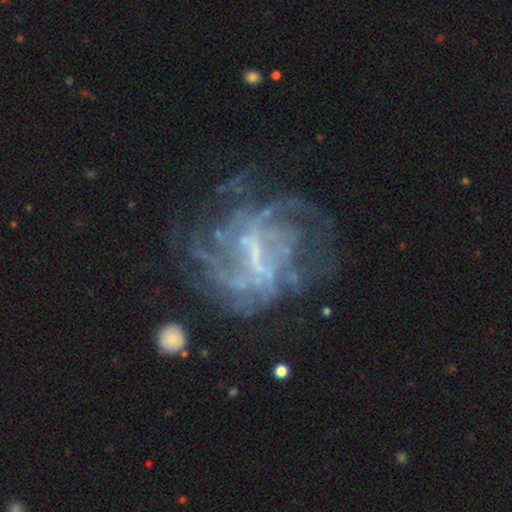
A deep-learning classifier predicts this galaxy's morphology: A featured or disk galaxy (81%) with a weak bar (49%), tight (39%) spiral arms (74%) and no central bulge (40%). Merging: none (52%).